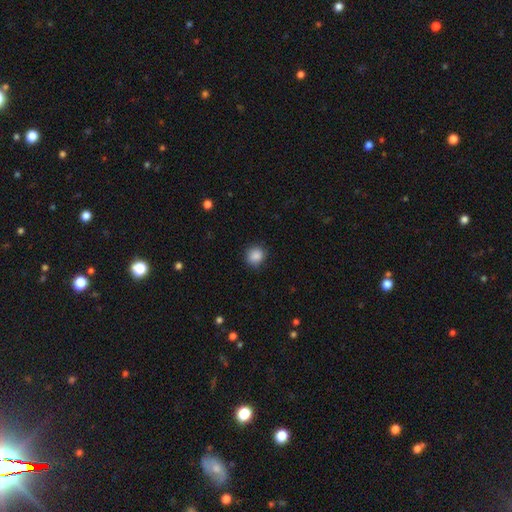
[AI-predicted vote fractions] Smooth or featured?
  - smooth: 88% *
  - star or artifact: 9%
  - featured or disk: 3%
How rounded?
  - round: 84% *
  - in between: 15%
  - cigar-shaped: 1%
Merging?
  - none: 86% *
  - minor disturbance: 10%
  - major disturbance: 3%
  - merger: 1%